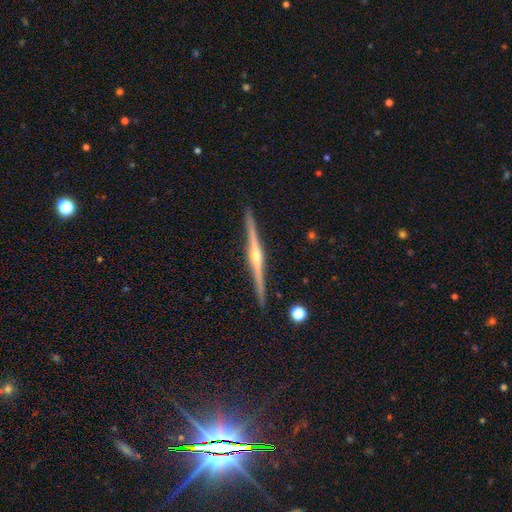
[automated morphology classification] smooth-or-featured: featured or disk: 86% | smooth: 9% | star or artifact: 5%
  disk-edge-on: yes: 99% | no: 1%
    edge-on-bulge: rounded: 88% | none: 7% | boxy: 5%
  merging: none: 92% | minor disturbance: 6% | merger: 1% | major disturbance: 1%